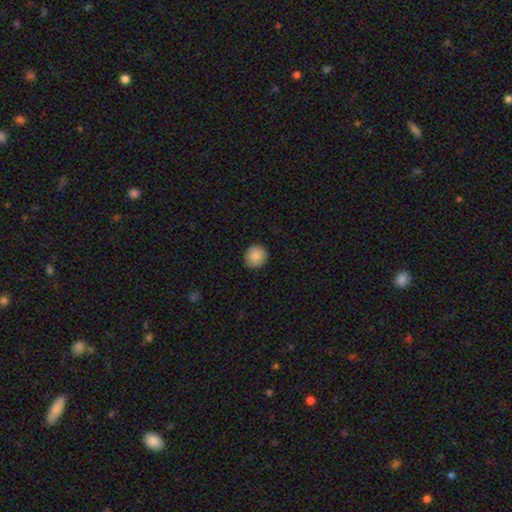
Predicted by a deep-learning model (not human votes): Overall: smooth (87%). How rounded: round (87%). Merging: none (88%).